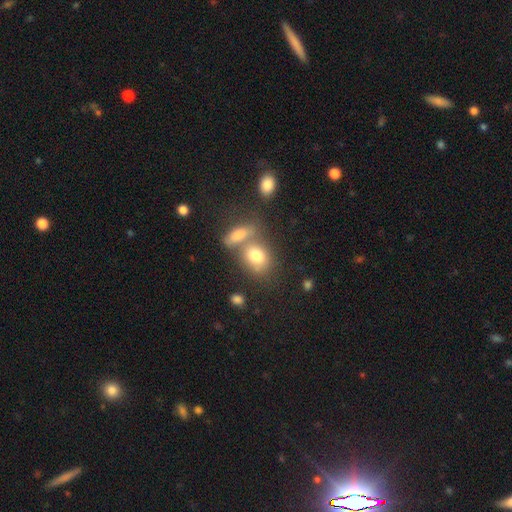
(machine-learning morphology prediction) A smooth galaxy with no disk features (78%) that is in between round and cigar-shaped (60%). Merging: none (44%).